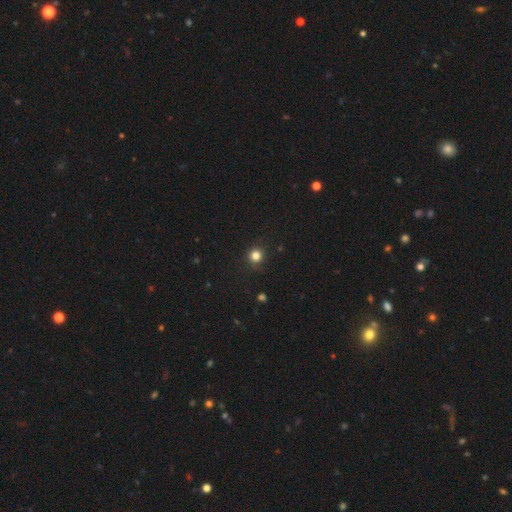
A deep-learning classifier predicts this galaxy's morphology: Overall: smooth (82%). How rounded: round (94%). Merging: none (88%).